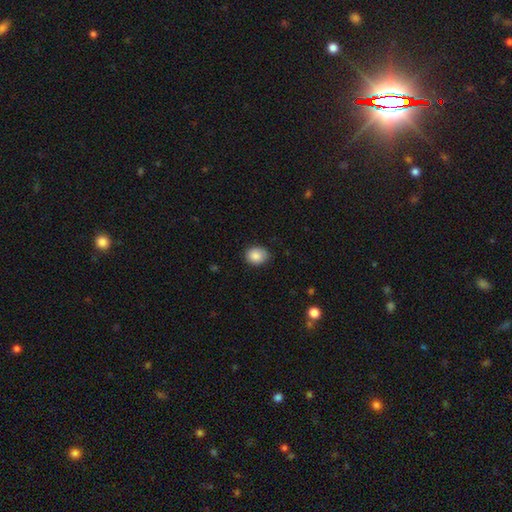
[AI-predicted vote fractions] Q: Smooth or featured?
A: smooth (87%); runner-up: star or artifact (8%)
Q: How rounded?
A: round (55%); runner-up: in between (44%)
Q: Merging?
A: none (78%); runner-up: minor disturbance (18%)